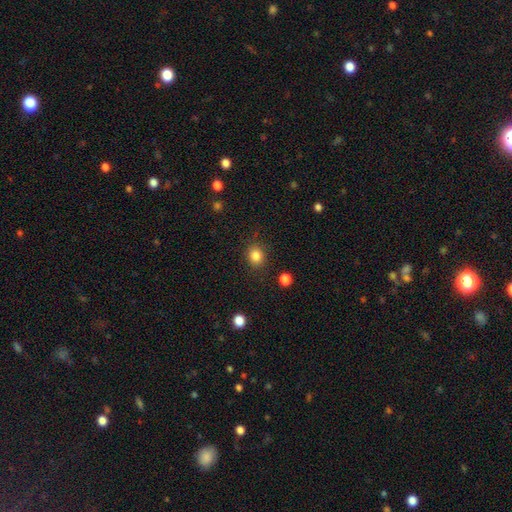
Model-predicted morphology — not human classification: Q: Smooth or featured?
A: smooth (84%); runner-up: star or artifact (11%)
Q: How rounded?
A: round (73%); runner-up: in between (26%)
Q: Merging?
A: none (86%); runner-up: minor disturbance (9%)